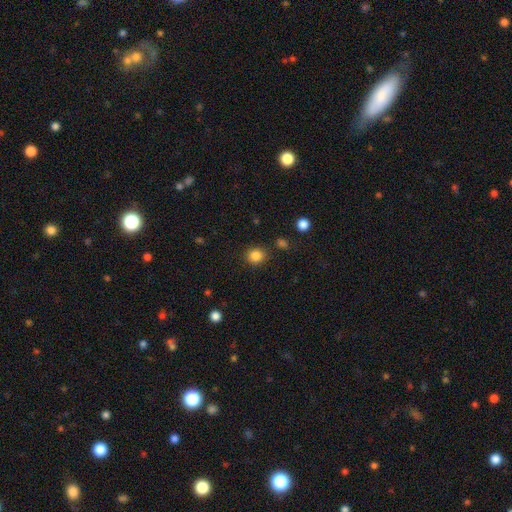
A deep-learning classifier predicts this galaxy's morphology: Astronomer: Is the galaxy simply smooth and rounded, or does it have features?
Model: smooth — 85%.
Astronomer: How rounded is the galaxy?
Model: round — 84%.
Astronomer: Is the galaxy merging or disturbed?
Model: none — 85%.